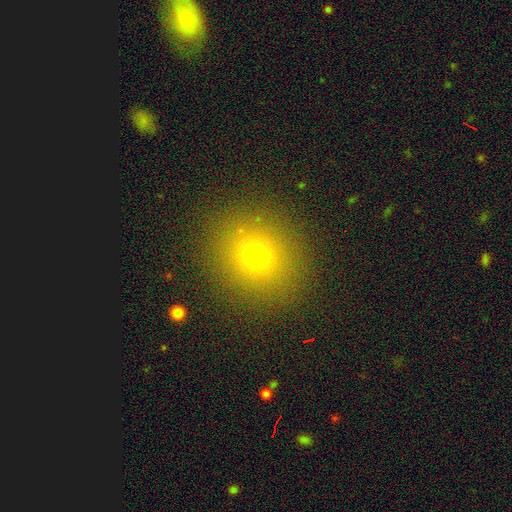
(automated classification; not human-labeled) smooth-or-featured: smooth: 70% | star or artifact: 20% | featured or disk: 10%
  how-rounded: round: 82% | in between: 17% | cigar-shaped: 1%
  merging: none: 89% | minor disturbance: 7% | major disturbance: 3% | merger: 1%